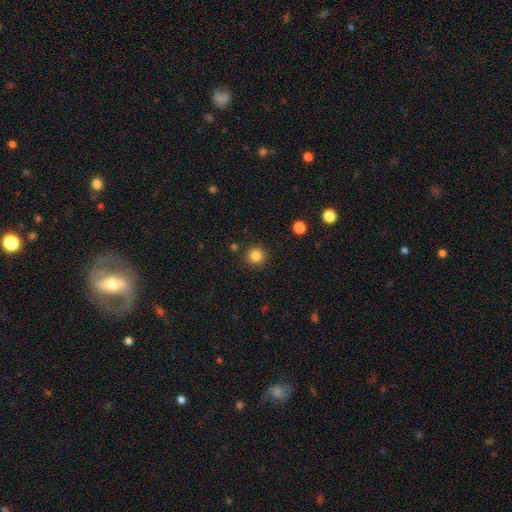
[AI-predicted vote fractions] Smooth or featured: smooth — 84% (star or artifact — 11%)
How rounded: round — 95% (in between — 4%)
Merging: none — 91% (minor disturbance — 5%)